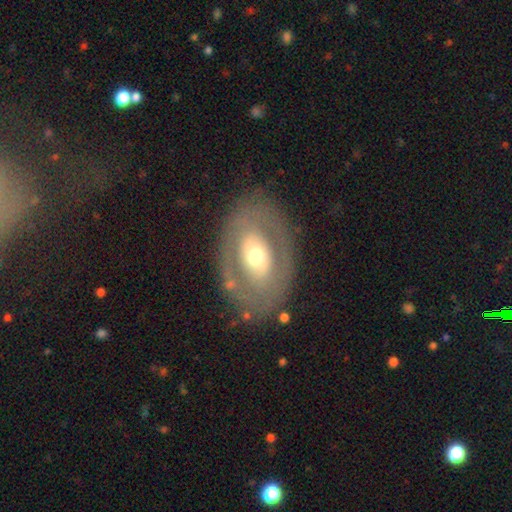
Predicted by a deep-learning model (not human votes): Smooth or featured? Predicted: featured or disk (p=0.58). Edge-on disk? Predicted: no (p=0.91). Bar? Predicted: no (p=0.73). Spiral arms? Predicted: no (p=0.83). Bulge size? Predicted: moderate (p=0.63). Merging? Predicted: none (p=0.78).